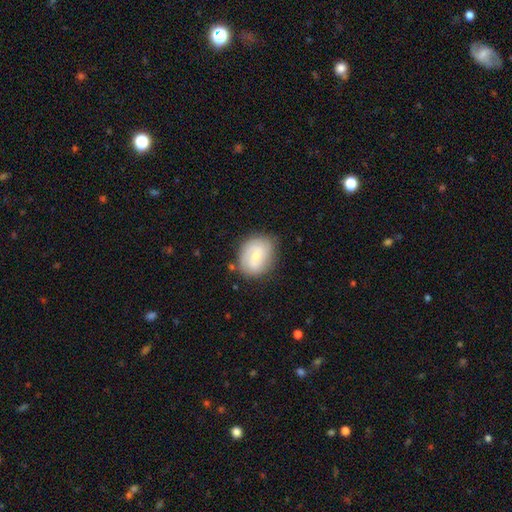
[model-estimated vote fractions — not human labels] featured or disk 48%, smooth 45%, star or artifact 7%. Down the decision tree: merging — none (74%).